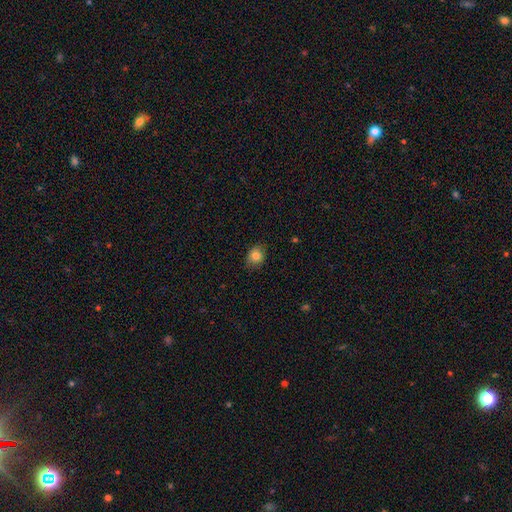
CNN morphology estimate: A smooth galaxy with no disk features (83%) that is round (55%).

Vote fractions:
- Smooth or featured? smooth: 83% / star or artifact: 10% / featured or disk: 7%
- How rounded? round: 55% / in between: 44% / cigar-shaped: 1%
- Merging? none: 81% / minor disturbance: 15% / major disturbance: 3% / merger: 1%